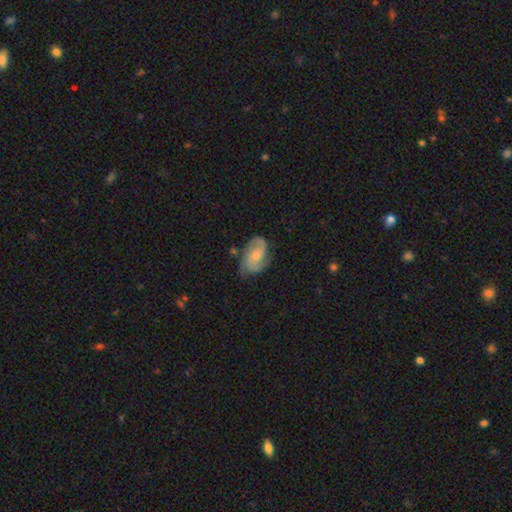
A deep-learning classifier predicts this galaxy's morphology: Smooth or featured? Predicted: featured or disk (p=0.71). Edge-on disk? Predicted: no (p=0.97). Bar? Predicted: no (p=0.63). Spiral arms? Predicted: yes (p=0.94). Spiral winding? Predicted: medium (p=0.47). Spiral arm count? Predicted: 2 (p=0.62). Bulge size? Predicted: small (p=0.47). Merging? Predicted: none (p=0.63).